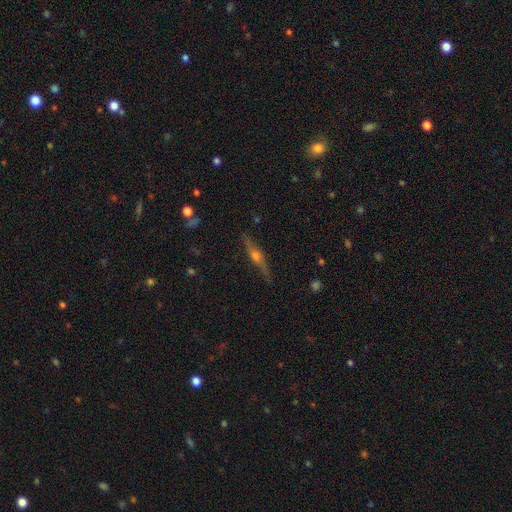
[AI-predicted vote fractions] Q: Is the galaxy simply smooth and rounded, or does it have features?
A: featured or disk — 74%.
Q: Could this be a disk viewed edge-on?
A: yes — 96%.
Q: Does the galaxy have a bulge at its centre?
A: rounded — 92%.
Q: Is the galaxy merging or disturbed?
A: none — 85%.